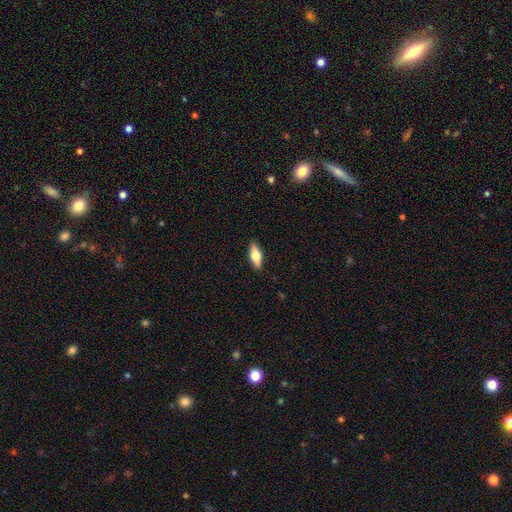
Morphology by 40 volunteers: A featured or disk galaxy (65%) viewed edge-on (96%) with a rounded central bulge (92%). Merging: none (89%).